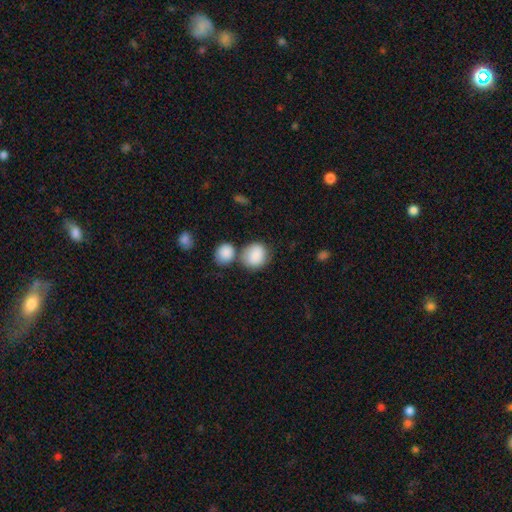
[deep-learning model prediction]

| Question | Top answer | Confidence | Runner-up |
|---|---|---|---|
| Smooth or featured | smooth | 86% | featured or disk (7%) |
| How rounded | round | 73% | in between (26%) |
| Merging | none | 54% | merger (27%) |